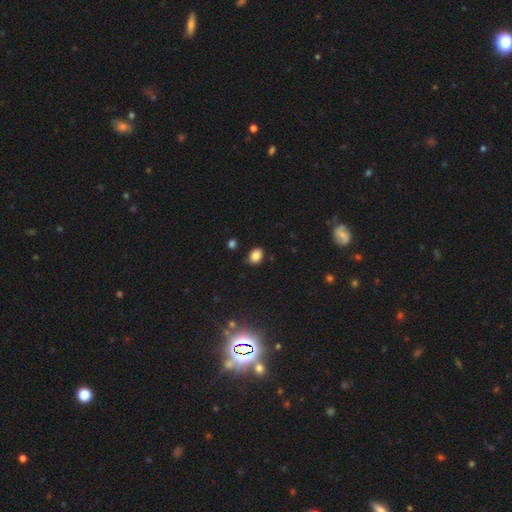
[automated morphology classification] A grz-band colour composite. It shows a smooth galaxy with no disk features (84%) that is in between round and cigar-shaped (65%). Merging: none (80%).